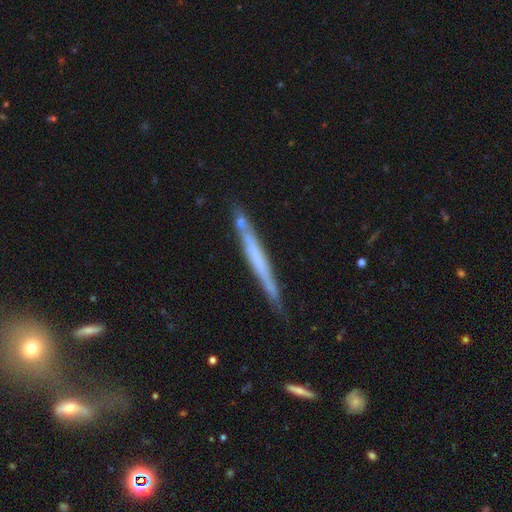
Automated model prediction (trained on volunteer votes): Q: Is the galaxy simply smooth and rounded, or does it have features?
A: featured or disk — 53%.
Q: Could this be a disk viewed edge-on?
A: yes — 95%.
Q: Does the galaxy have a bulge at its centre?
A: none — 83%.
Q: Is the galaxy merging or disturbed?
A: none — 79%.